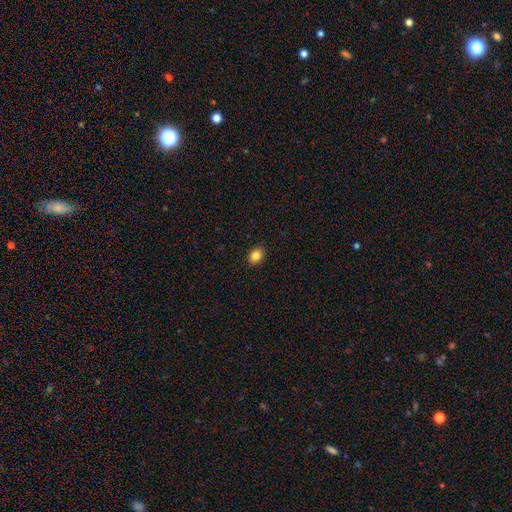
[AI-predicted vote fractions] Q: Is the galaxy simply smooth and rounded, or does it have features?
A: smooth — 84%.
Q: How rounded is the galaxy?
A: in between — 53%.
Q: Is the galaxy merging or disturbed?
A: none — 90%.